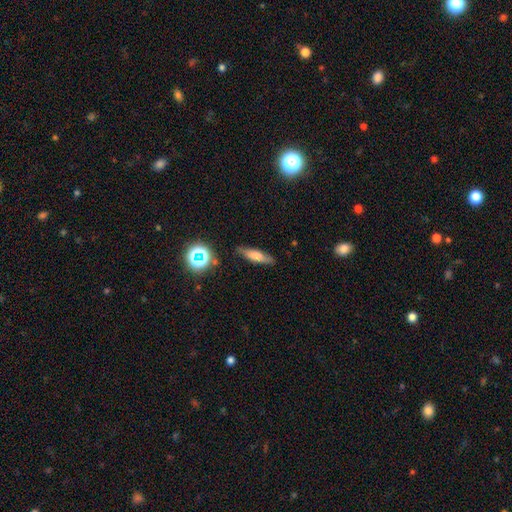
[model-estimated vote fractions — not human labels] This is possibly a smooth galaxy (60%). How rounded: likely cigar-shaped (65%). Merging: clearly none (82%).